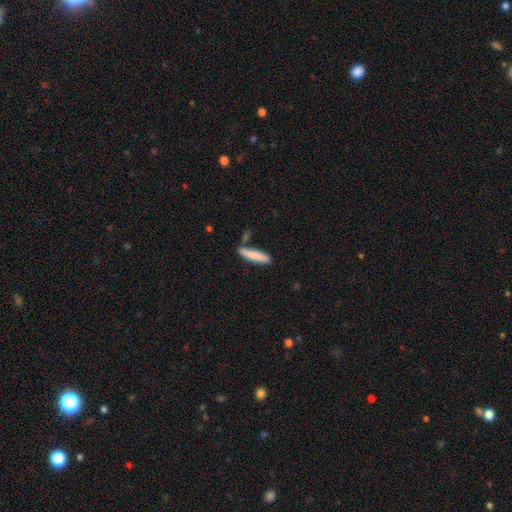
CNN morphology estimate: smooth-or-featured: smooth: 82% | featured or disk: 12% | star or artifact: 6%
  how-rounded: cigar-shaped: 81% | in between: 17% | round: 1%
  merging: none: 71% | minor disturbance: 16% | merger: 10% | major disturbance: 4%